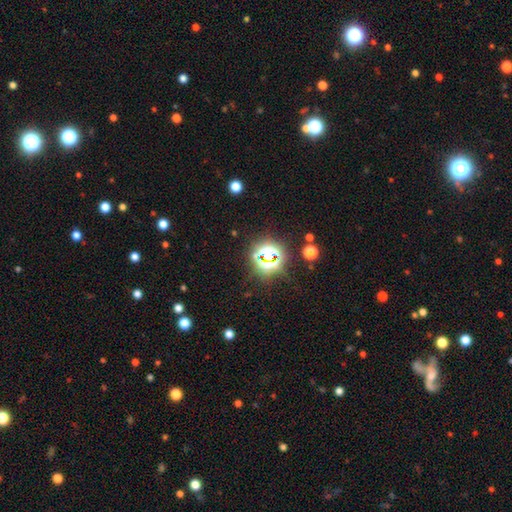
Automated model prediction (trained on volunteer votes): smooth-or-featured: star or artifact: 68% | smooth: 25% | featured or disk: 7%